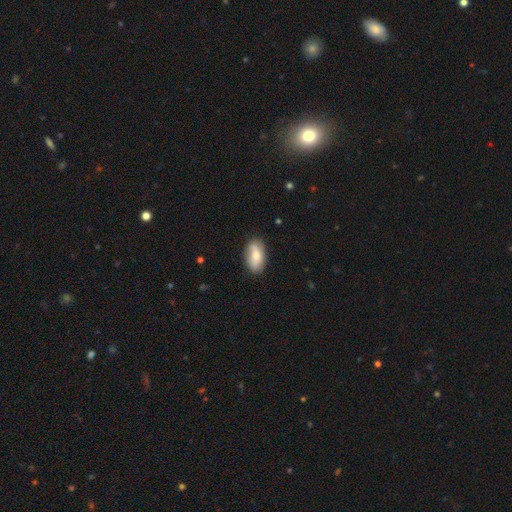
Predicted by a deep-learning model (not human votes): Q: Smooth or featured?
A: smooth (69%); runner-up: featured or disk (25%)
Q: How rounded?
A: in between (90%); runner-up: cigar-shaped (6%)
Q: Merging?
A: none (81%); runner-up: minor disturbance (15%)